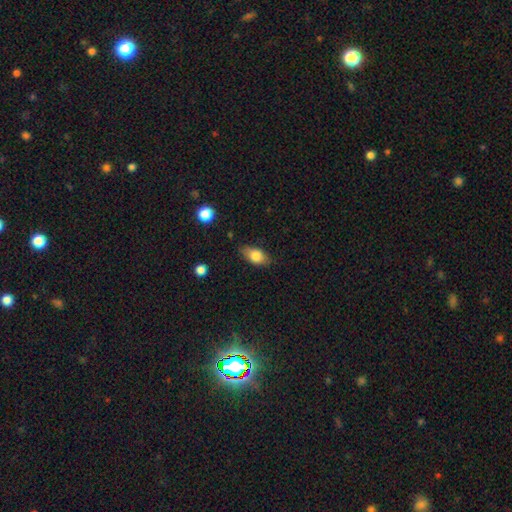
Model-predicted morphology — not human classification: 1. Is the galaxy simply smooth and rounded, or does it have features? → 80% smooth, 12% featured or disk, 8% star or artifact.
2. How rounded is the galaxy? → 86% in between, 9% round, 5% cigar-shaped.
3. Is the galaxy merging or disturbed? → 76% none, 19% minor disturbance, 4% major disturbance, 2% merger.